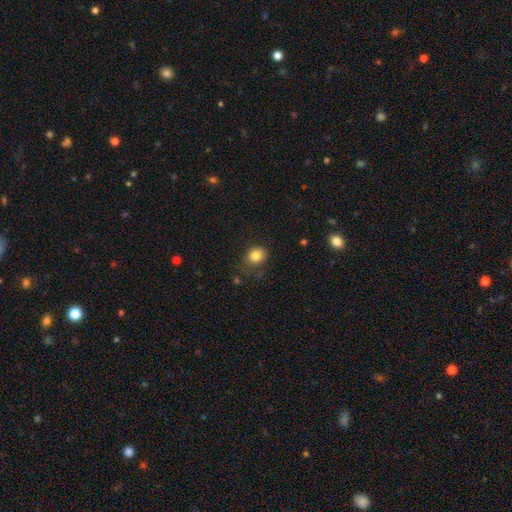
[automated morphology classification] This appears to be a smooth galaxy with no disk features (82%) that is round (61%). Merging: none (67%).